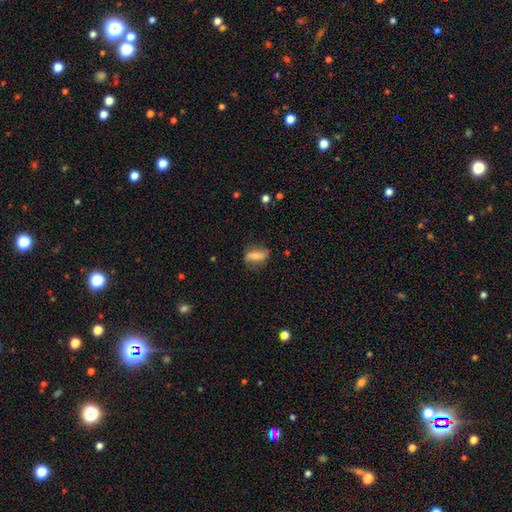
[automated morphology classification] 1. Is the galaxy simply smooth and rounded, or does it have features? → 57% smooth, 34% featured or disk, 9% star or artifact.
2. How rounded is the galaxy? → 72% in between, 21% cigar-shaped, 7% round.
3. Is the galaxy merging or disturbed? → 67% none, 23% minor disturbance, 8% major disturbance, 2% merger.